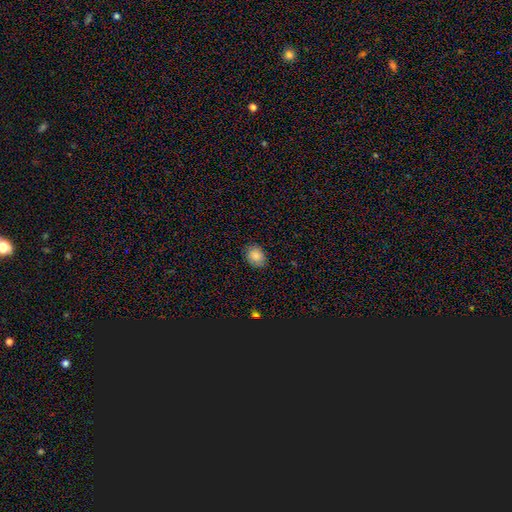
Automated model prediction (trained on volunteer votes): Smooth or featured?
  - smooth: 85% *
  - star or artifact: 8%
  - featured or disk: 6%
How rounded?
  - in between: 53% *
  - round: 46%
  - cigar-shaped: 1%
Merging?
  - none: 85% *
  - minor disturbance: 11%
  - major disturbance: 2%
  - merger: 1%